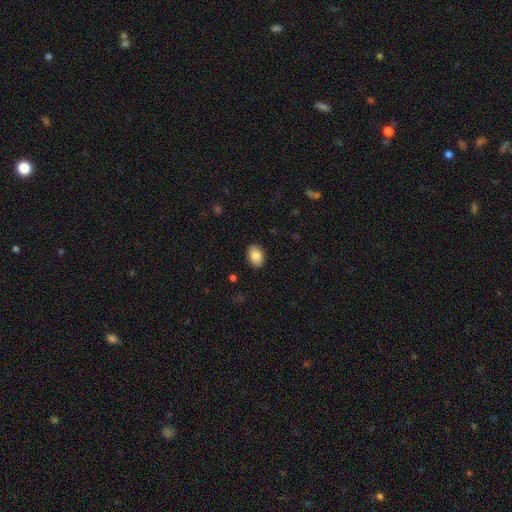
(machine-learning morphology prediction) Smooth or featured? smooth (87%)
How rounded? in between (80%)
Merging? none (89%)